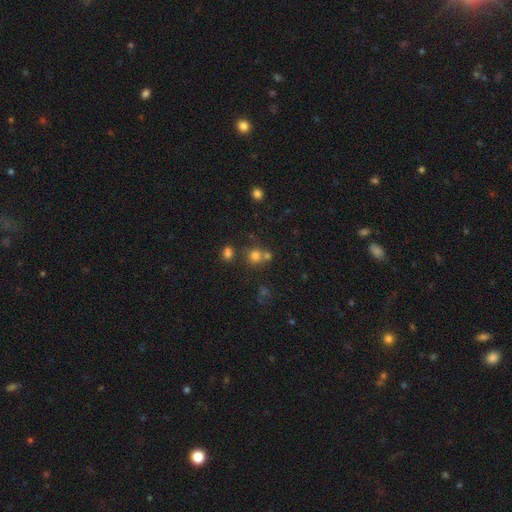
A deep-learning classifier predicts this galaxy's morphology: This is likely a smooth galaxy (67%). How rounded: clearly round (88%). Merging: likely none (60%).